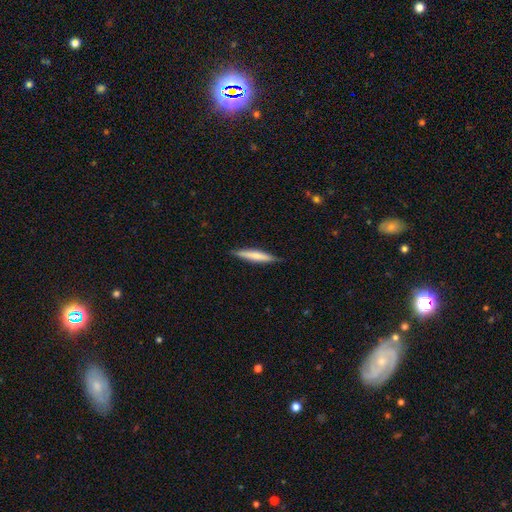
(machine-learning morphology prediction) A smooth galaxy with no disk features (66%) that is cigar-shaped (92%). Merging: none (88%).